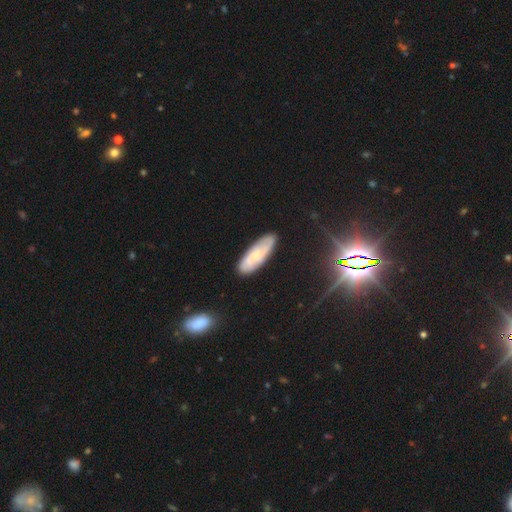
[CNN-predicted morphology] A featured or disk galaxy (49%). Merging: none (79%).